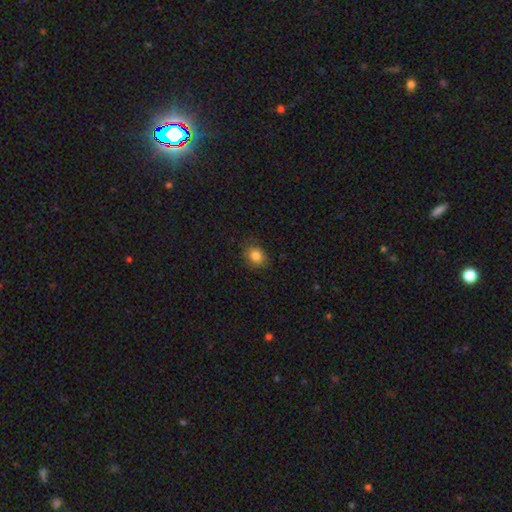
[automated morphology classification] Smooth or featured? Predicted: smooth (p=0.84). How rounded? Predicted: round (p=0.51). Merging? Predicted: none (p=0.83).